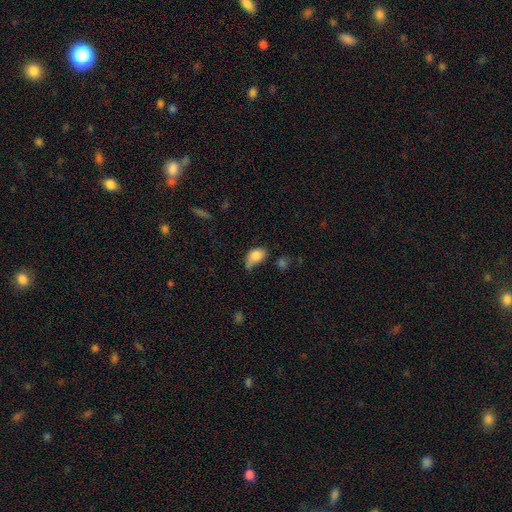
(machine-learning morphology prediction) A smooth galaxy with no disk features (81%) that is in between round and cigar-shaped (84%).

Vote fractions:
- Smooth or featured? smooth: 81% / featured or disk: 11% / star or artifact: 8%
- How rounded? in between: 84% / round: 14% / cigar-shaped: 2%
- Merging? minor disturbance: 42% / none: 35% / major disturbance: 16% / merger: 8%